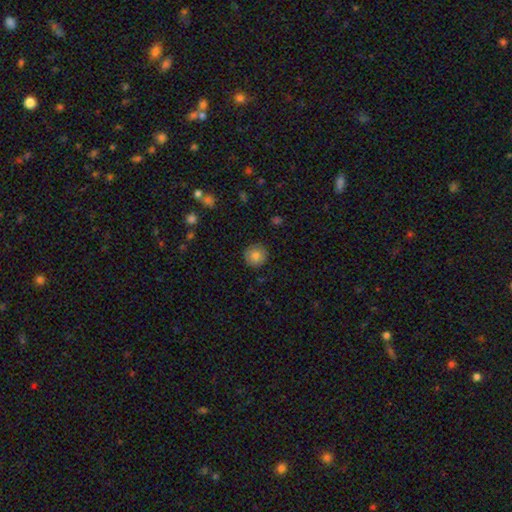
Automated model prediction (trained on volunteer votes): Morphology: type=smooth (81%); roundness=round (94%); merging=none (88%).